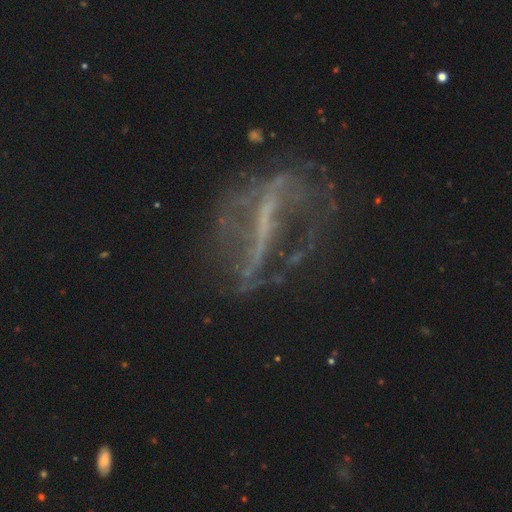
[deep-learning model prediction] A featured or disk galaxy (74%) with a strong bar (60%), spiral arms (53%) and no central bulge (61%).

Vote fractions:
- Smooth or featured? featured or disk: 74% / star or artifact: 16% / smooth: 10%
- Edge-on disk? no: 83% / yes: 17%
- Bar? strong: 60% / weak: 21% / no: 19%
- Spiral arms? yes: 53% / no: 47%
- Bulge size? none: 61% / small: 26% / moderate: 9% / large: 2% / dominant: 1%
- Merging? none: 49% / major disturbance: 29% / minor disturbance: 18% / merger: 4%